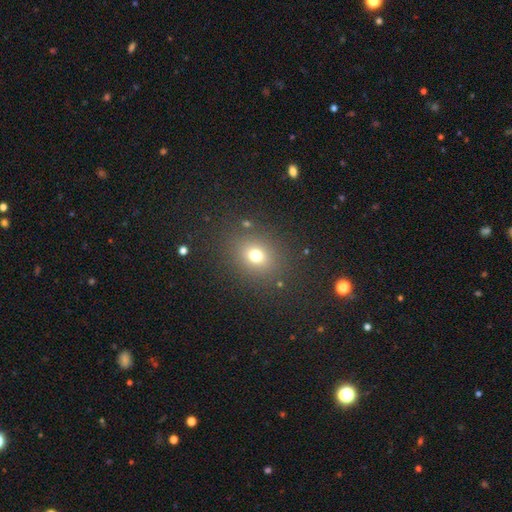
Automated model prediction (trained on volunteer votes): Q: Smooth or featured?
A: smooth (71%); runner-up: star or artifact (20%)
Q: How rounded?
A: round (67%); runner-up: in between (32%)
Q: Merging?
A: none (85%); runner-up: minor disturbance (9%)